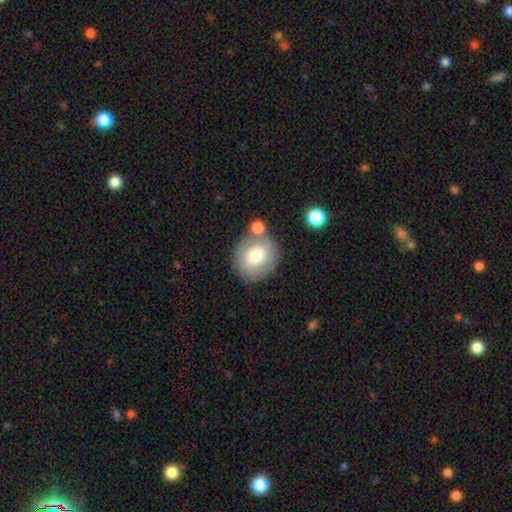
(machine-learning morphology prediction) The model was most divided on "merging": none: 59%, merger: 20%, minor disturbance: 15%, major disturbance: 5%. More confident: how rounded — round (72%); smooth or featured — smooth (70%).